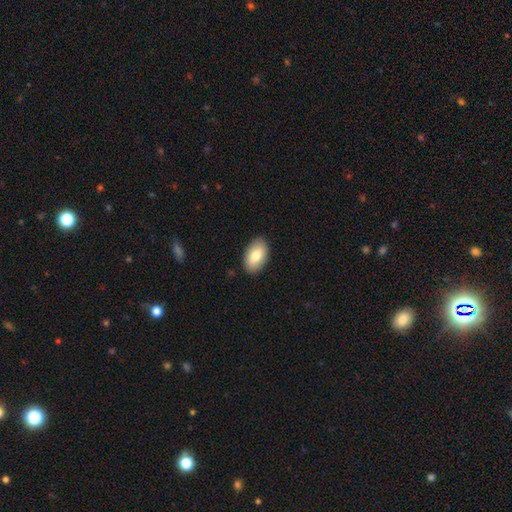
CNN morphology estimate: This appears to be a smooth galaxy with no disk features (80%) that is in between round and cigar-shaped (93%). Merging: none (89%).